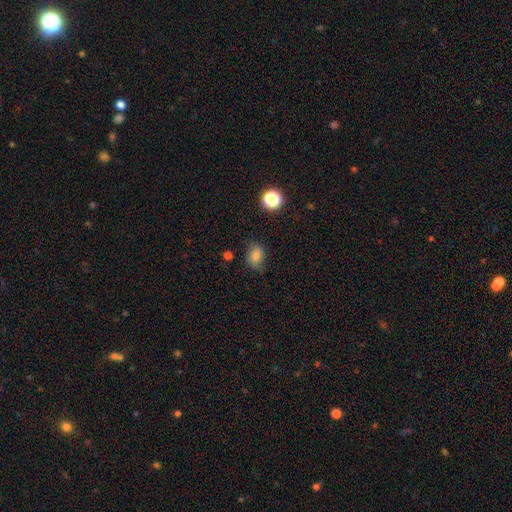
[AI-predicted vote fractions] Smooth or featured? Predicted: smooth (p=0.79). How rounded? Predicted: in between (p=0.62). Merging? Predicted: none (p=0.71).